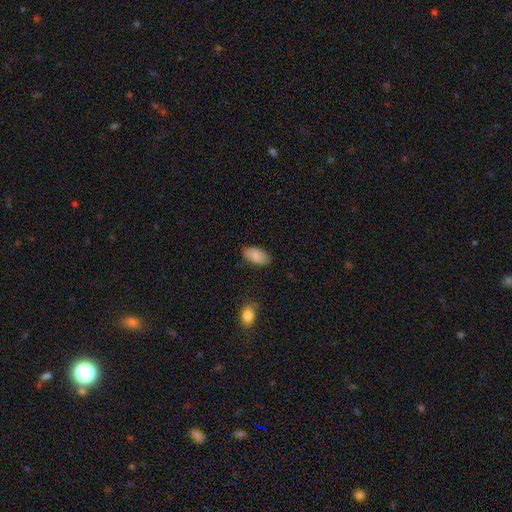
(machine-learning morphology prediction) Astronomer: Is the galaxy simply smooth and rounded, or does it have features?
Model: smooth — 85%.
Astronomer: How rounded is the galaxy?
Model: in between — 94%.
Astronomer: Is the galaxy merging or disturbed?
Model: none — 78%.